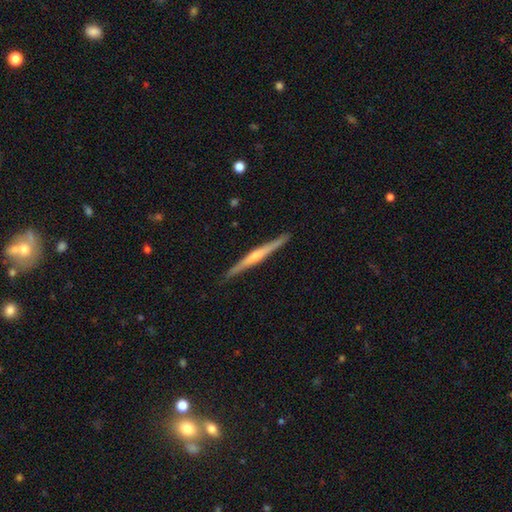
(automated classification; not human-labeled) Smooth or featured?
  - featured or disk: 80% *
  - smooth: 15%
  - star or artifact: 6%
Edge-on disk?
  - yes: 98% *
  - no: 2%
Edge-on bulge?
  - rounded: 76% *
  - none: 15%
  - boxy: 9%
Merging?
  - none: 91% *
  - minor disturbance: 6%
  - major disturbance: 1%
  - merger: 1%